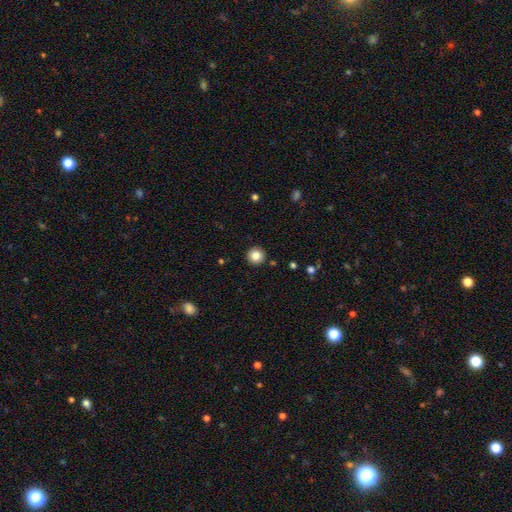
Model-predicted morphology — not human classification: Smooth or featured? Predicted: smooth (p=0.84). How rounded? Predicted: round (p=0.96). Merging? Predicted: none (p=0.92).